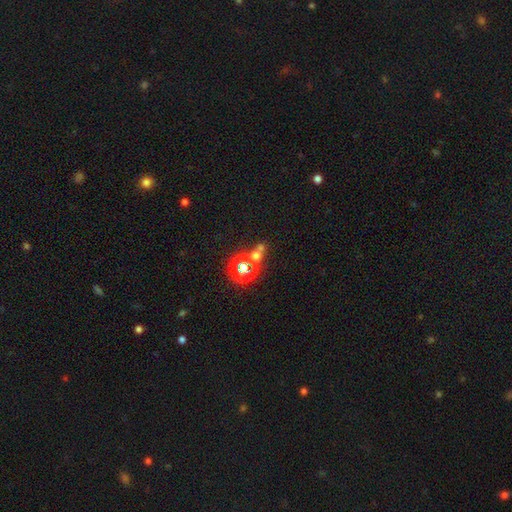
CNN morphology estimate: smooth-or-featured: star or artifact: 45% | smooth: 42% | featured or disk: 13%